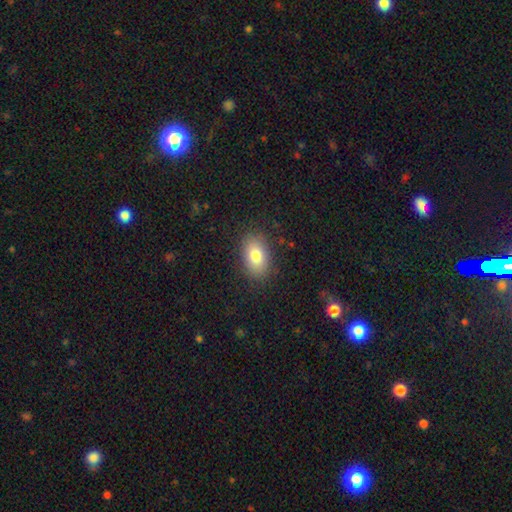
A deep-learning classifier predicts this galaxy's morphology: This appears to be a smooth galaxy with no disk features (80%) that is in between round and cigar-shaped (87%). Merging: none (86%).